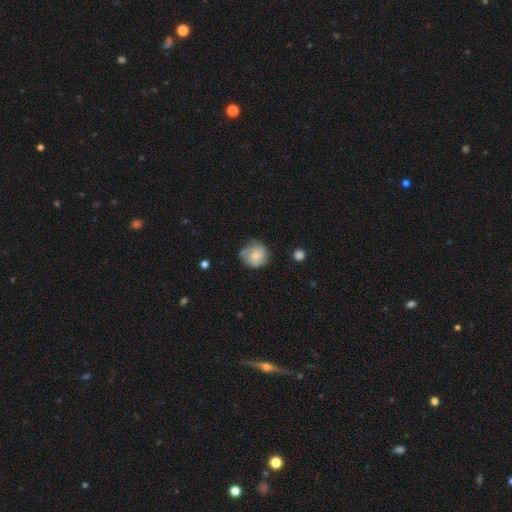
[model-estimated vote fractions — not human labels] Smooth or featured? Predicted: featured or disk (p=0.62). Edge-on disk? Predicted: no (p=0.98). Bar? Predicted: no (p=0.70). Spiral arms? Predicted: yes (p=0.89). Spiral winding? Predicted: tight (p=0.48). Spiral arm count? Predicted: 3 (p=0.34). Bulge size? Predicted: small (p=0.57). Merging? Predicted: none (p=0.62).